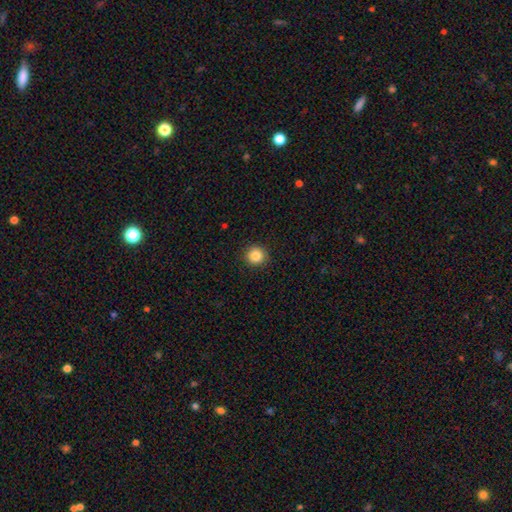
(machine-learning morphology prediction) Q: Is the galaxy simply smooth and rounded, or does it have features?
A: smooth — 85%.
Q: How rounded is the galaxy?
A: round — 95%.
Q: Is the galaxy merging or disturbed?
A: none — 92%.